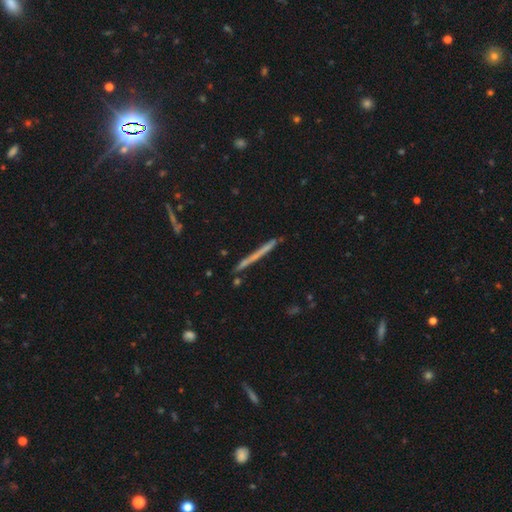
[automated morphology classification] smooth-or-featured: smooth: 48% | featured or disk: 45% | star or artifact: 7%
  merging: none: 87% | minor disturbance: 9% | merger: 2% | major disturbance: 2%